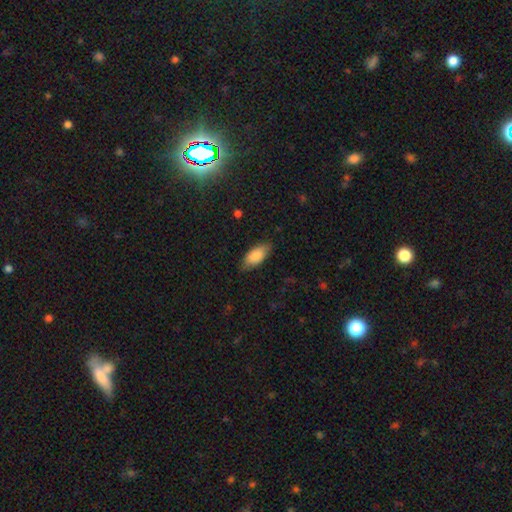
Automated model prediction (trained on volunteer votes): A smooth galaxy with no disk features (87%) that is in between round and cigar-shaped (89%). Merging: none (80%).